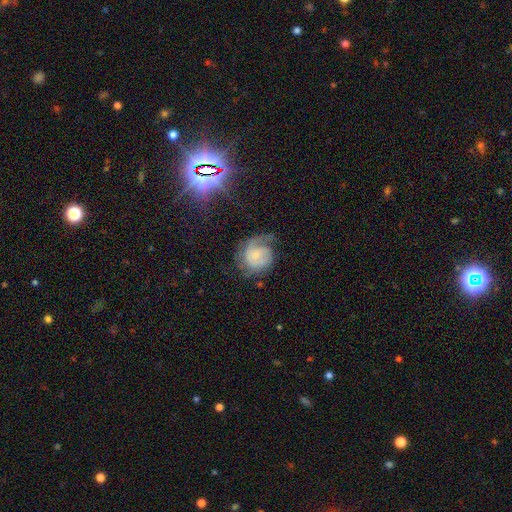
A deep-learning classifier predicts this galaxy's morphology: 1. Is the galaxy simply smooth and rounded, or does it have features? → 67% featured or disk, 25% smooth, 8% star or artifact.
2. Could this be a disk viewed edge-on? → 98% no, 2% yes.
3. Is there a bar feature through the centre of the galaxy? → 69% no, 27% weak, 4% strong.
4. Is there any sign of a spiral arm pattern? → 90% yes, 10% no.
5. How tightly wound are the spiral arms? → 40% tight, 39% medium, 21% loose.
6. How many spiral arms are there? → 40% 1, 31% 2, 18% can't tell, 6% 3, 2% 4, 2% more than 4.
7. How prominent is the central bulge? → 63% small, 20% moderate, 12% none, 3% large, 2% dominant.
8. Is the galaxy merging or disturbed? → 48% none, 26% major disturbance, 23% minor disturbance, 2% merger.